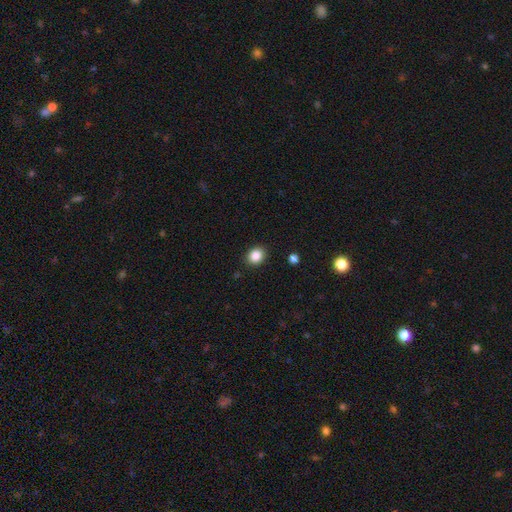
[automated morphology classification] This appears to be a smooth galaxy with no disk features (86%) that is round (62%). Merging: none (89%).